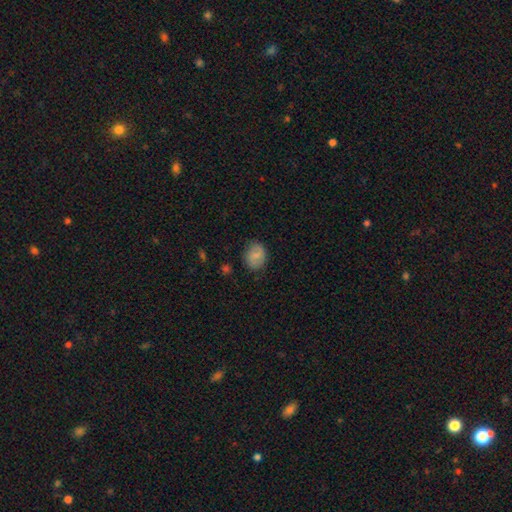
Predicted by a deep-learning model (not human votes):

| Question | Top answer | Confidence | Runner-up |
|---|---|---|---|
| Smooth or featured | smooth | 77% | featured or disk (15%) |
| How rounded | in between | 54% | round (45%) |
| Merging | none | 78% | minor disturbance (16%) |